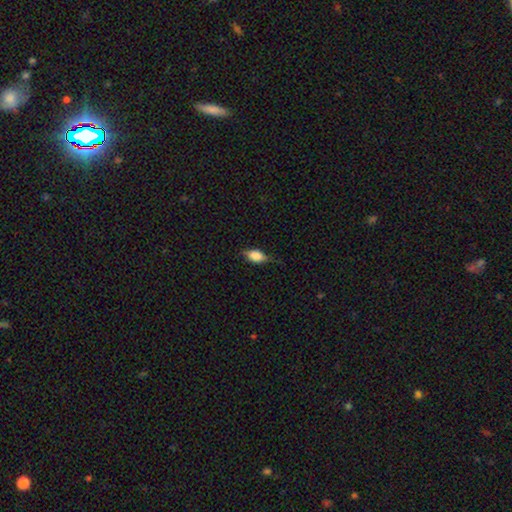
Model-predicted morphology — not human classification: The model was most divided on "smooth or featured": smooth: 61%, featured or disk: 30%, star or artifact: 9%. More confident: how rounded — in between (80%); merging — none (69%).